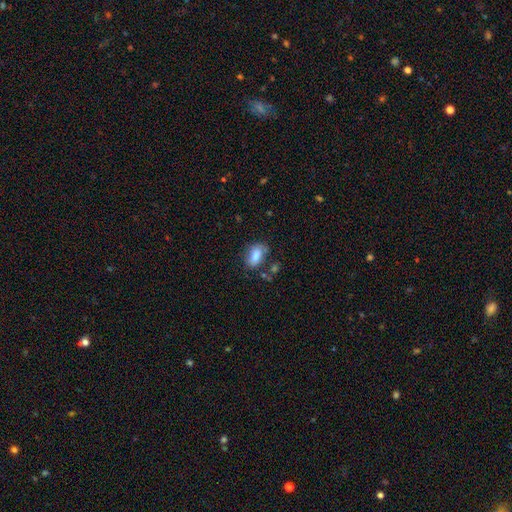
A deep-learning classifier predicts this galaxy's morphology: This appears to be a smooth galaxy with no disk features (77%) that is in between round and cigar-shaped (85%). Merging: none (62%).